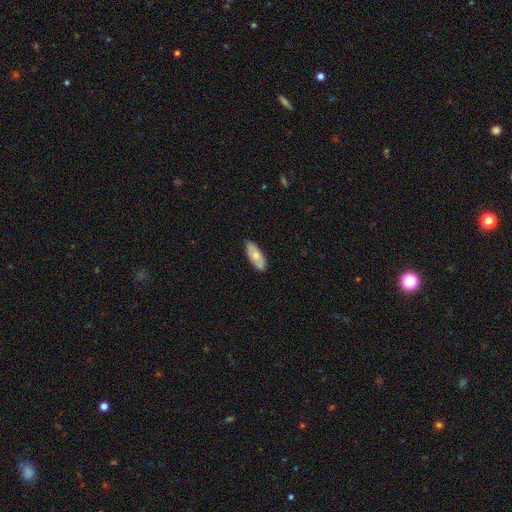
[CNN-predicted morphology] type=smooth (67%); roundness=in between (81%); merging=none (84%).